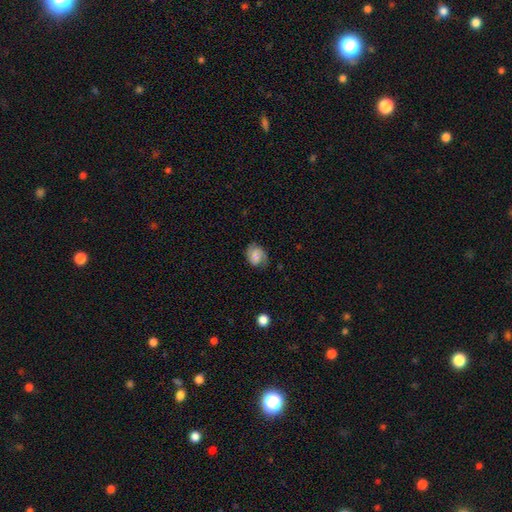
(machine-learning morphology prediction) smooth-or-featured: featured or disk: 56% | smooth: 36% | star or artifact: 8%
  disk-edge-on: no: 97% | yes: 3%
    bar: no: 56% | weak: 37% | strong: 7%
    has-spiral-arms: yes: 91% | no: 9%
    bulge-size: small: 47% | moderate: 43% | none: 6% | large: 3% | dominant: 1%
  merging: none: 69% | minor disturbance: 22% | major disturbance: 7% | merger: 1%